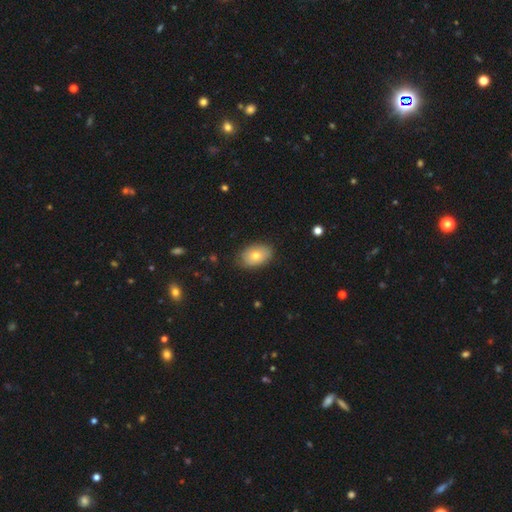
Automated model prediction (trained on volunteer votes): smooth-or-featured: smooth: 73% | featured or disk: 19% | star or artifact: 8%
  how-rounded: in between: 86% | round: 13% | cigar-shaped: 1%
  merging: none: 83% | minor disturbance: 13% | major disturbance: 3% | merger: 1%